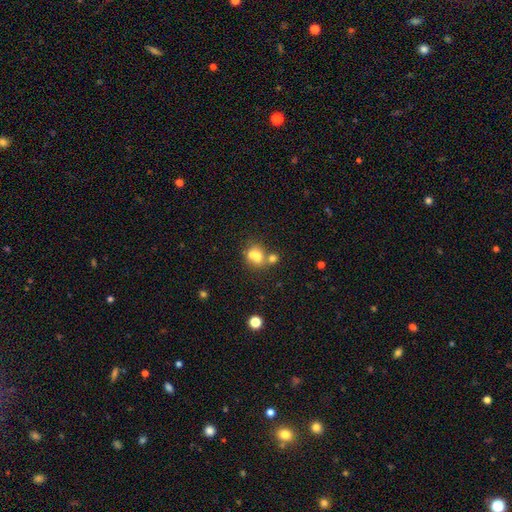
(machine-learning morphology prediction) The model was most divided on "merging": merger: 56%, none: 31%, minor disturbance: 8%, major disturbance: 5%. More confident: smooth or featured — smooth (65%); how rounded — round (64%).